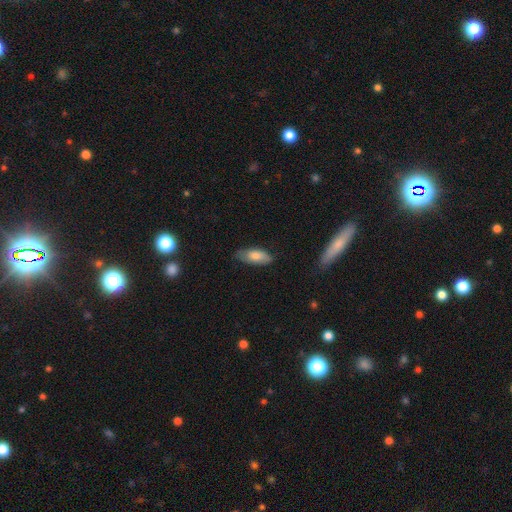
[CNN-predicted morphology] smooth_or_featured: smooth (p=0.75) [alt: featured or disk p=0.18]
how_rounded: in between (p=0.78) [alt: cigar-shaped p=0.20]
merging: none (p=0.72) [alt: minor disturbance p=0.22]